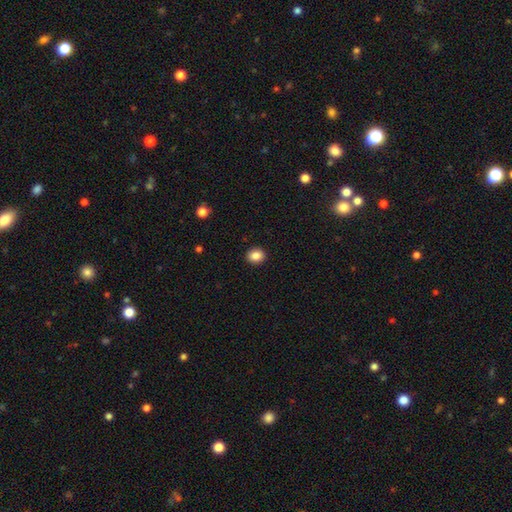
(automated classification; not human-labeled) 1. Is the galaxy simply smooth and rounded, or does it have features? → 86% smooth, 9% star or artifact, 4% featured or disk.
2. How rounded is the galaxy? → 67% round, 32% in between, 1% cigar-shaped.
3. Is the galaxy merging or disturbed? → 92% none, 6% minor disturbance, 2% major disturbance, 1% merger.